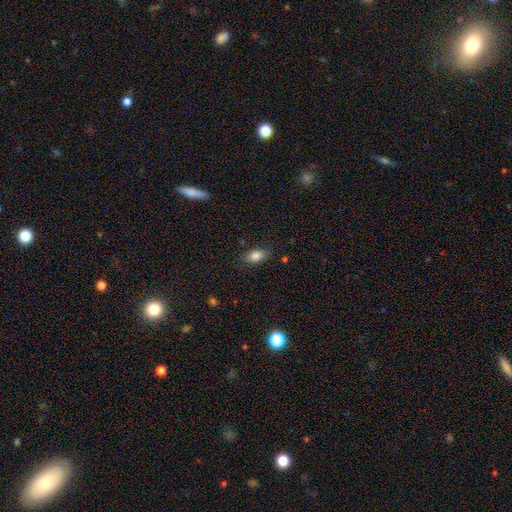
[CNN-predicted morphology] Smooth or featured: smooth — 85% (star or artifact — 9%)
How rounded: in between — 88% (round — 7%)
Merging: none — 83% (minor disturbance — 12%)